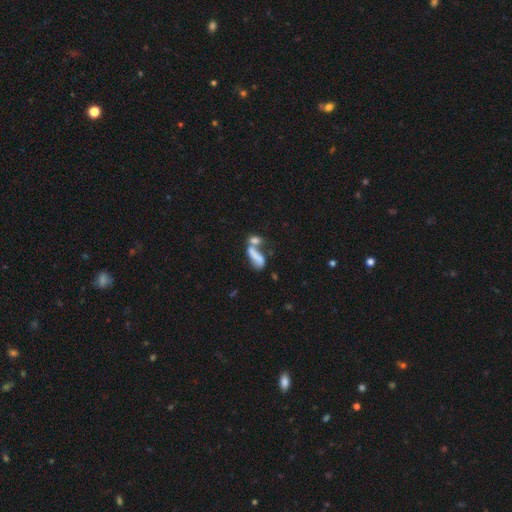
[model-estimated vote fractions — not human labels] smooth_or_featured: smooth (p=0.62) [alt: featured or disk p=0.27]
how_rounded: in between (p=0.64) [alt: cigar-shaped p=0.32]
merging: merger (p=0.61) [alt: none p=0.19]